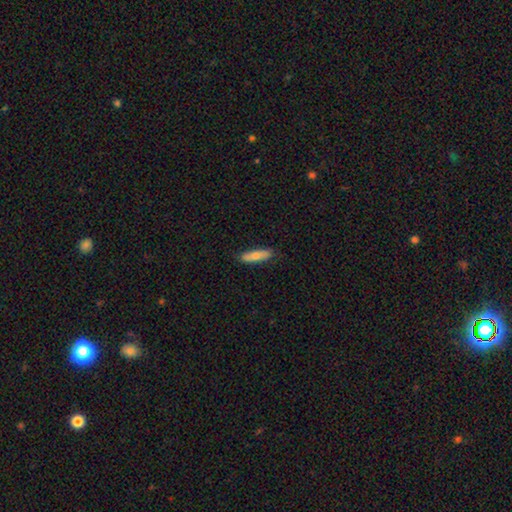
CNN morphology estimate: This appears to be a smooth galaxy with no disk features (74%) that is cigar-shaped (64%). Merging: none (86%).